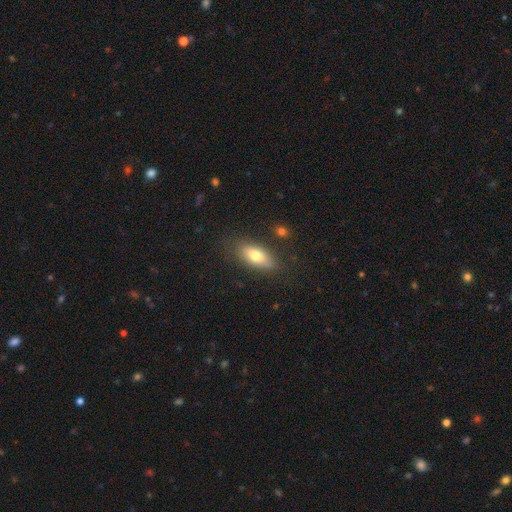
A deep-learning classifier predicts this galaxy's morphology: This appears to be a smooth galaxy with no disk features (73%) that is in between round and cigar-shaped (82%). Merging: none (81%).